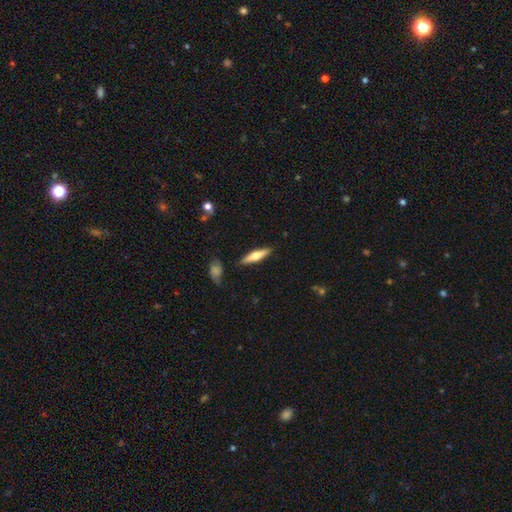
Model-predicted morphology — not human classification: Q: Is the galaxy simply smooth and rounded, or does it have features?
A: smooth — 49%.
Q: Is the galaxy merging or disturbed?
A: none — 87%.